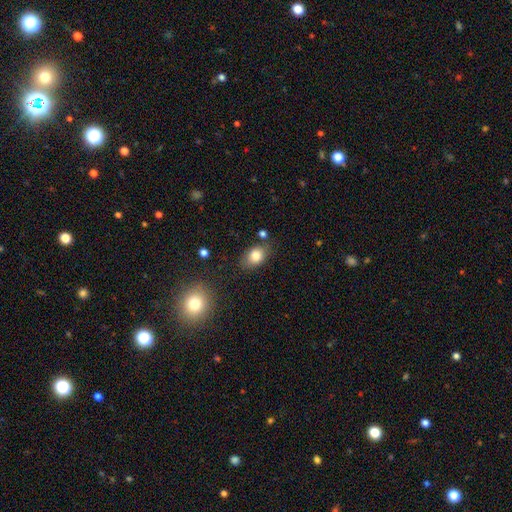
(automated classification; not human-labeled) The model was most divided on "merging": none: 77%, minor disturbance: 15%, merger: 4%, major disturbance: 4%. More confident: how rounded — in between (81%); smooth or featured — smooth (80%).